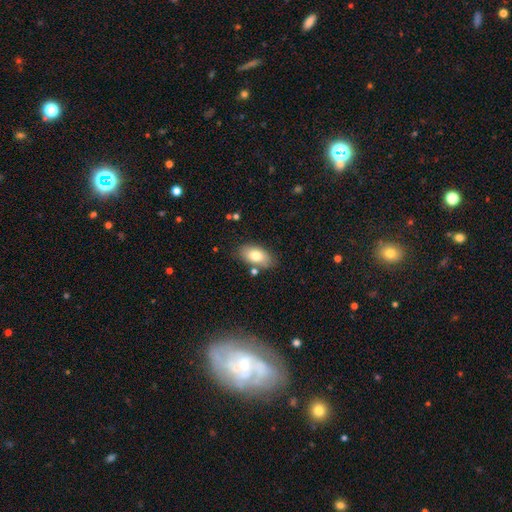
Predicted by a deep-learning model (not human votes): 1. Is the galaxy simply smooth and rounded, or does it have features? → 77% smooth, 16% featured or disk, 7% star or artifact.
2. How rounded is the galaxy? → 92% in between, 5% round, 3% cigar-shaped.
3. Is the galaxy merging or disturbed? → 77% none, 14% minor disturbance, 6% merger, 3% major disturbance.